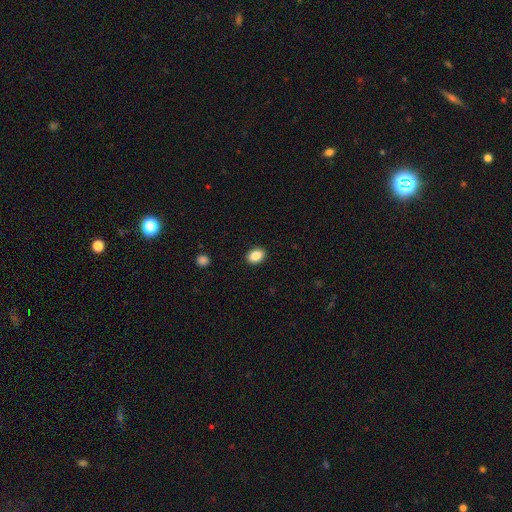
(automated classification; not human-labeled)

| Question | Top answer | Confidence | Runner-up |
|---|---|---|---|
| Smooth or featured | smooth | 87% | star or artifact (8%) |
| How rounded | in between | 77% | round (22%) |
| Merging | none | 90% | minor disturbance (7%) |